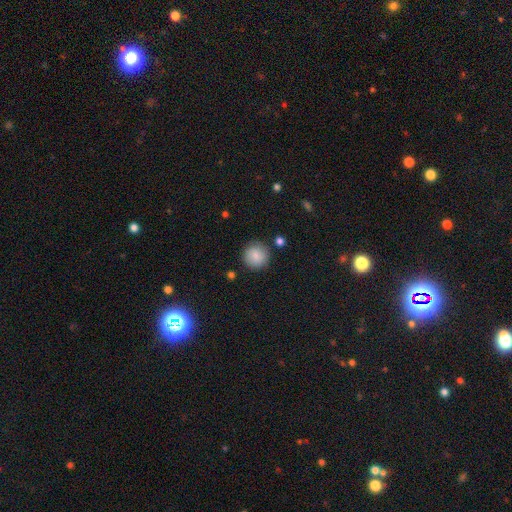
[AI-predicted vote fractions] smooth-or-featured: smooth: 86% | star or artifact: 8% | featured or disk: 6%
  how-rounded: round: 93% | in between: 6% | cigar-shaped: 1%
  merging: none: 86% | minor disturbance: 9% | major disturbance: 3% | merger: 2%